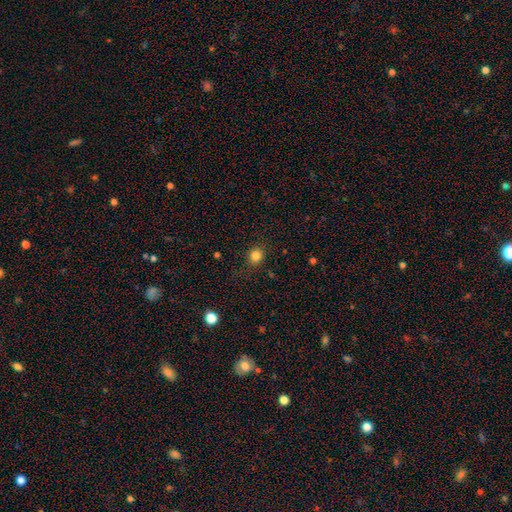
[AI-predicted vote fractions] smooth_or_featured: smooth (p=0.83) [alt: star or artifact p=0.12]
how_rounded: round (p=0.84) [alt: in between p=0.15]
merging: none (p=0.84) [alt: minor disturbance p=0.11]